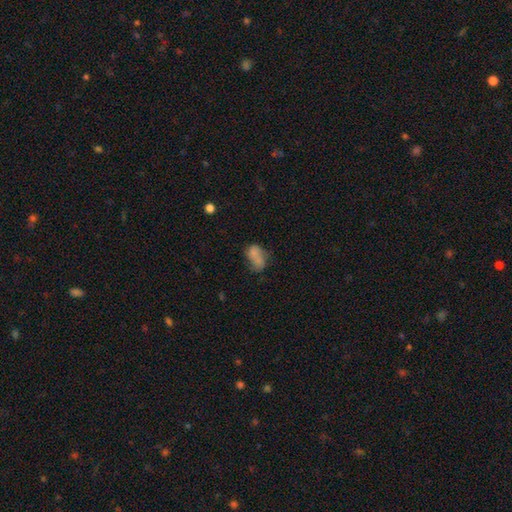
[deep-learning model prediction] Overall: smooth (74%). How rounded: in between (87%). Merging: none (33%; minor disturbance 26%).